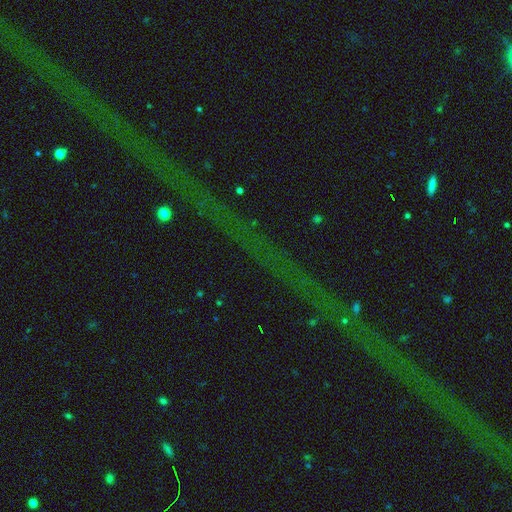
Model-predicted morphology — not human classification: smooth_or_featured: star or artifact (p=0.77) [alt: featured or disk p=0.14]